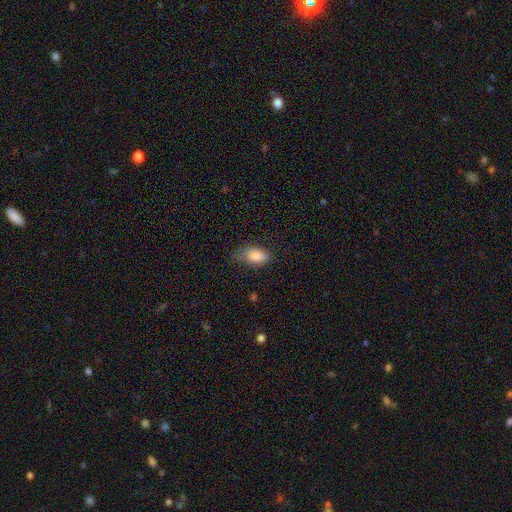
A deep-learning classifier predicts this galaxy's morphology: This appears to be a smooth galaxy with no disk features (84%) that is in between round and cigar-shaped (89%). Merging: none (59%).